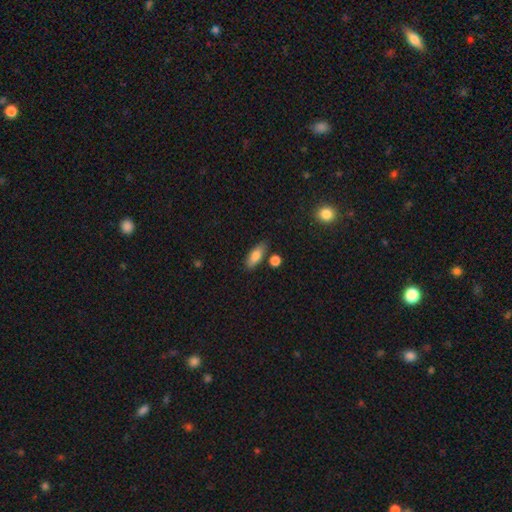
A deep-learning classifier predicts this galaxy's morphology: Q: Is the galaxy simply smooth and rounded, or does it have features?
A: smooth — 79%.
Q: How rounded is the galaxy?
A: in between — 74%.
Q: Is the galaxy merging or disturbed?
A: none — 77%.